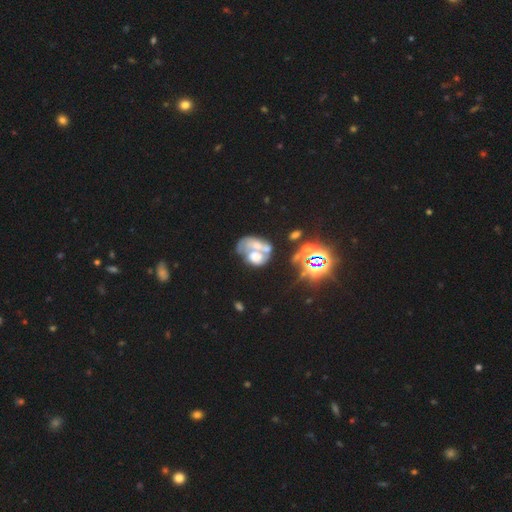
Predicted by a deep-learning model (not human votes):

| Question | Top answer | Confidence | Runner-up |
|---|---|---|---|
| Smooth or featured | featured or disk | 51% | smooth (30%) |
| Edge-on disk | no | 97% | yes (3%) |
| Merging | merger | 47% | major disturbance (22%) |